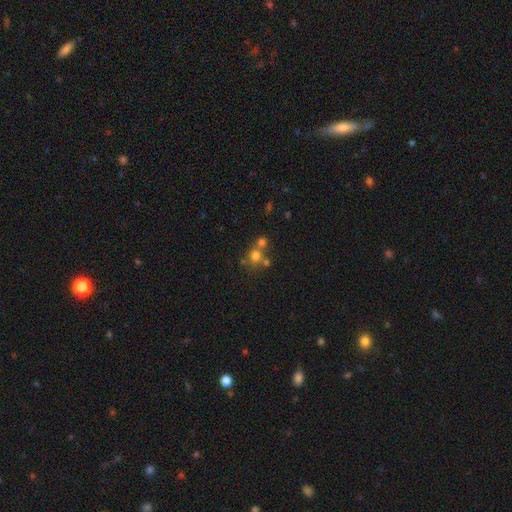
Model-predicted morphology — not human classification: This is likely a smooth galaxy (69%). How rounded: clearly round (87%). Merging: possibly none (51%).